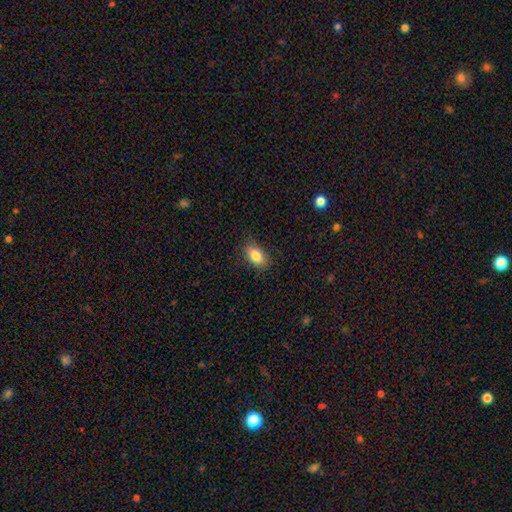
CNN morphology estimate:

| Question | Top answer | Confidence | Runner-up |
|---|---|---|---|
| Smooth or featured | smooth | 84% | featured or disk (8%) |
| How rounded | in between | 90% | round (7%) |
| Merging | none | 84% | minor disturbance (12%) |